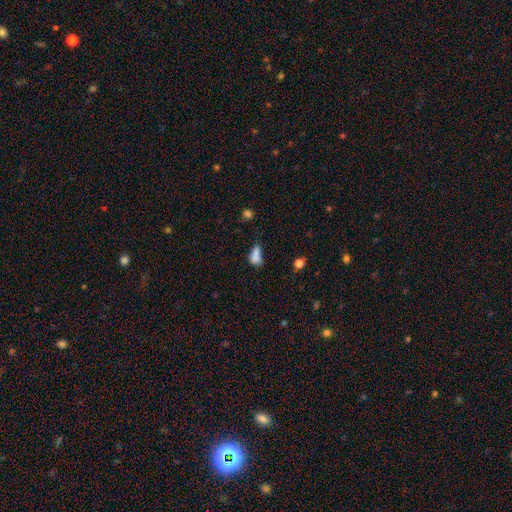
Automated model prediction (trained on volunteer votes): Smooth or featured? smooth (77%)
How rounded? in between (79%)
Merging? none (31%)